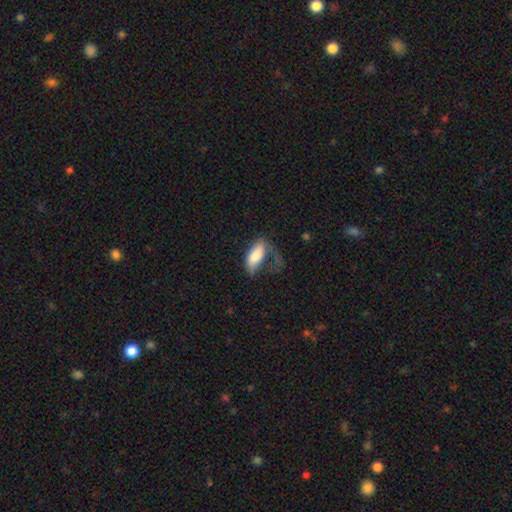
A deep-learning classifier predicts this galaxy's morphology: Smooth or featured: smooth — 77% (featured or disk — 16%)
How rounded: in between — 85% (cigar-shaped — 13%)
Merging: major disturbance — 45% (none — 26%)